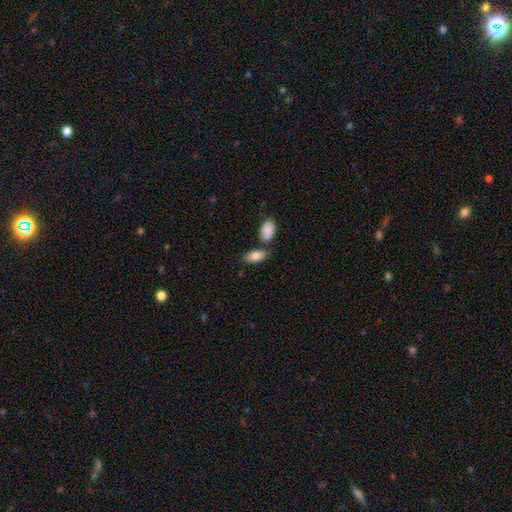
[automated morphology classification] smooth 84%, featured or disk 10%, star or artifact 6%. Down the decision tree: how rounded — in between (89%); merging — none (68%).